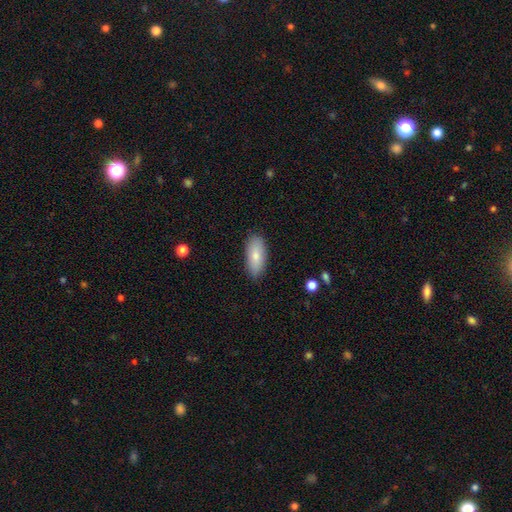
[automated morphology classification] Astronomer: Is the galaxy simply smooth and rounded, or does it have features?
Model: smooth — 80%.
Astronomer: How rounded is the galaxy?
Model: in between — 85%.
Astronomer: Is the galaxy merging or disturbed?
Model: none — 85%.